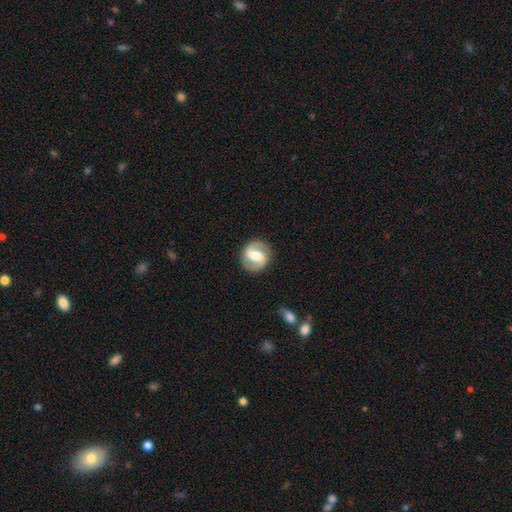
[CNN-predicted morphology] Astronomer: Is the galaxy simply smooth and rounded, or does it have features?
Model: featured or disk — 82%.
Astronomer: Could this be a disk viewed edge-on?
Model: no — 98%.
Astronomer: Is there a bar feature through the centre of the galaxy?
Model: weak — 44% (runner-up: strong, 36%).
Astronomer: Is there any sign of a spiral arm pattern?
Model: yes — 93%.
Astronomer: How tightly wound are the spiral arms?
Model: medium — 51% (runner-up: tight, 29%).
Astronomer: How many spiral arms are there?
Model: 2 — 93%.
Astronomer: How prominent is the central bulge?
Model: moderate — 59%.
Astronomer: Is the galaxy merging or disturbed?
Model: none — 88%.